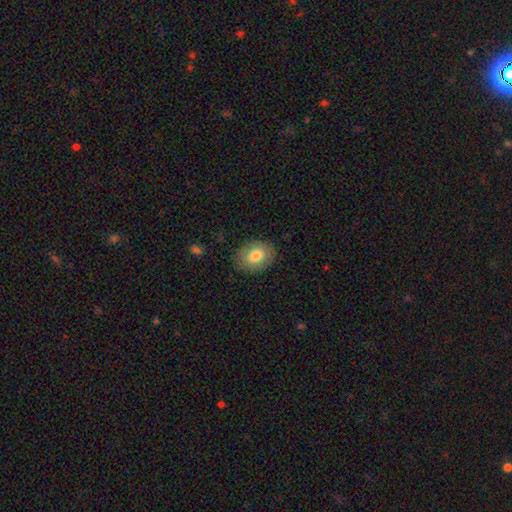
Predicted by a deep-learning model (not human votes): smooth-or-featured: smooth: 77% | featured or disk: 15% | star or artifact: 8%
  how-rounded: in between: 61% | round: 39% | cigar-shaped: 1%
  merging: none: 83% | minor disturbance: 13% | major disturbance: 3% | merger: 1%